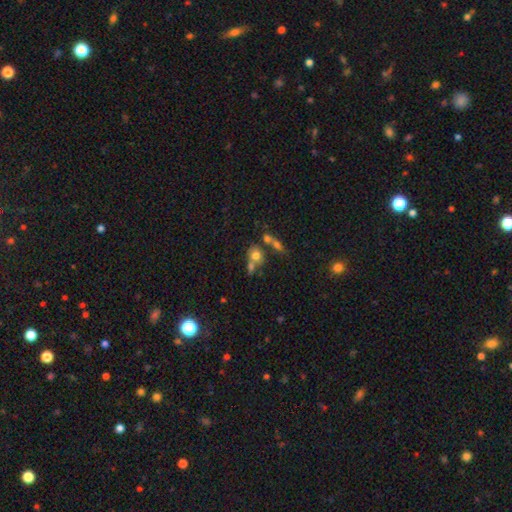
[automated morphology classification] Smooth or featured? smooth (69%)
How rounded? round (63%)
Merging? merger (43%)